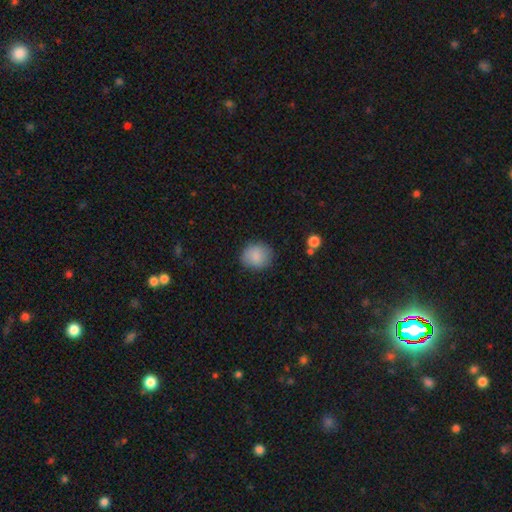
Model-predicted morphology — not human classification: Q: Smooth or featured?
A: smooth (86%); runner-up: star or artifact (7%)
Q: How rounded?
A: round (79%); runner-up: in between (20%)
Q: Merging?
A: none (83%); runner-up: minor disturbance (12%)